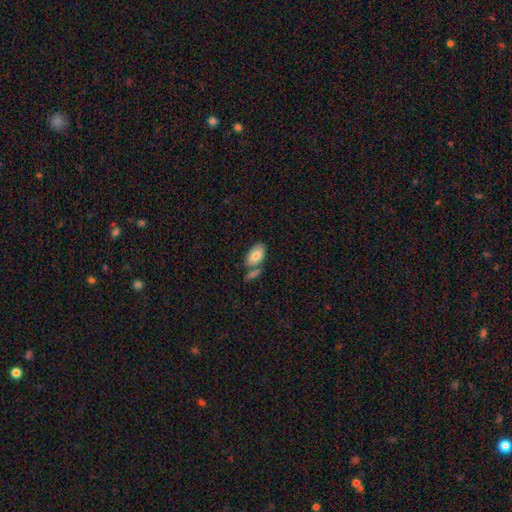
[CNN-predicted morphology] Smooth or featured: smooth — 78% (featured or disk — 16%)
How rounded: in between — 94% (round — 4%)
Merging: none — 54% (merger — 27%)